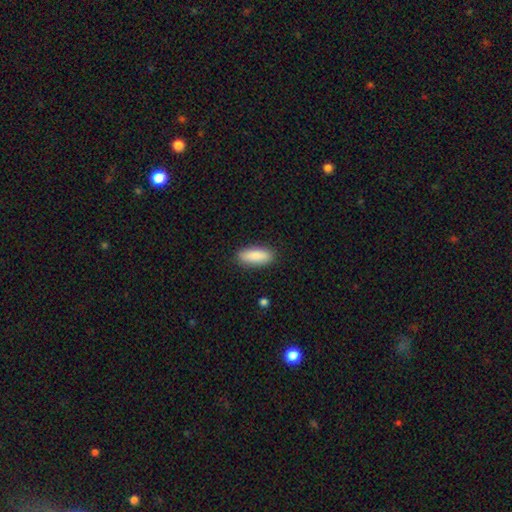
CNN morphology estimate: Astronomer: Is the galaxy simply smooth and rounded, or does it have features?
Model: smooth — 88%.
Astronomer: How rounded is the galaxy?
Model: in between — 74%.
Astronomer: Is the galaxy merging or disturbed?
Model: none — 88%.